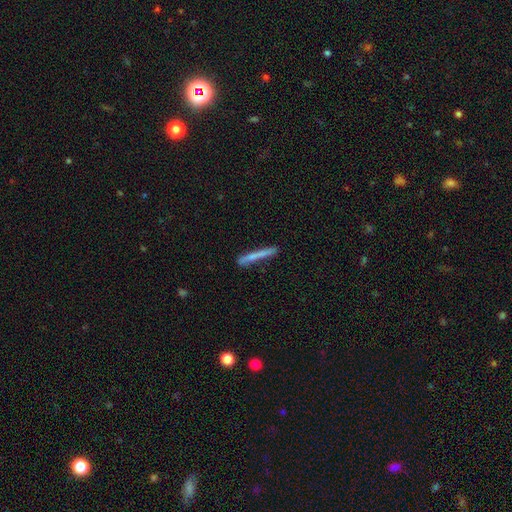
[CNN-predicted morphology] Smooth or featured? Predicted: smooth (p=0.59). How rounded? Predicted: cigar-shaped (p=0.96). Merging? Predicted: none (p=0.79).